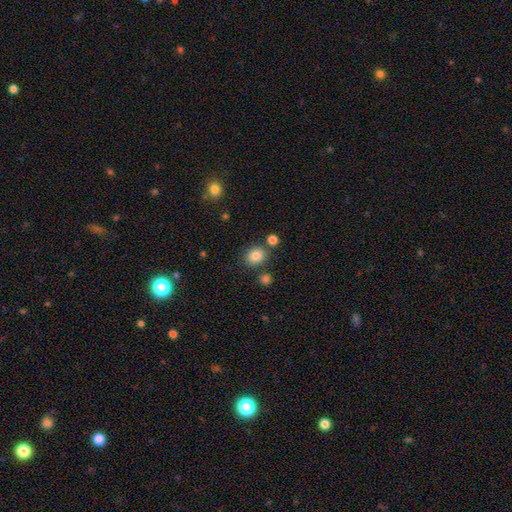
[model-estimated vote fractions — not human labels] Q: Smooth or featured?
A: smooth (83%); runner-up: star or artifact (11%)
Q: How rounded?
A: round (64%); runner-up: in between (35%)
Q: Merging?
A: none (77%); runner-up: minor disturbance (11%)